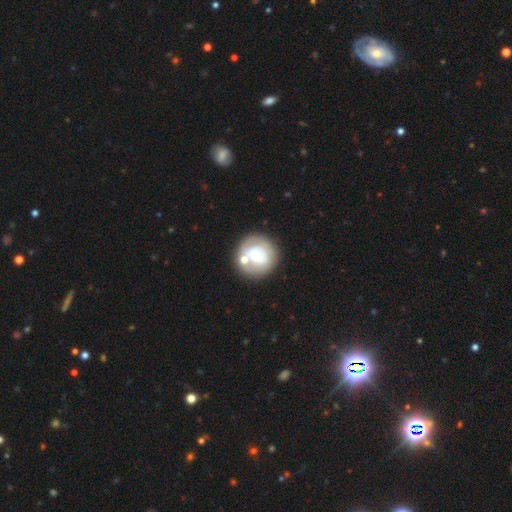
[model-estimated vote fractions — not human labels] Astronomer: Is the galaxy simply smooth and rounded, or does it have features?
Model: featured or disk — 52% (runner-up: smooth, 41%).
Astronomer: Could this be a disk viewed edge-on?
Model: no — 97%.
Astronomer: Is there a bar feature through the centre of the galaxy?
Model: no — 78%.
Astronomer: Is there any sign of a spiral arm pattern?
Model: no — 68%.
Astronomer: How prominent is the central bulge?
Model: moderate — 61%.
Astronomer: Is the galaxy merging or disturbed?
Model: none — 64%.